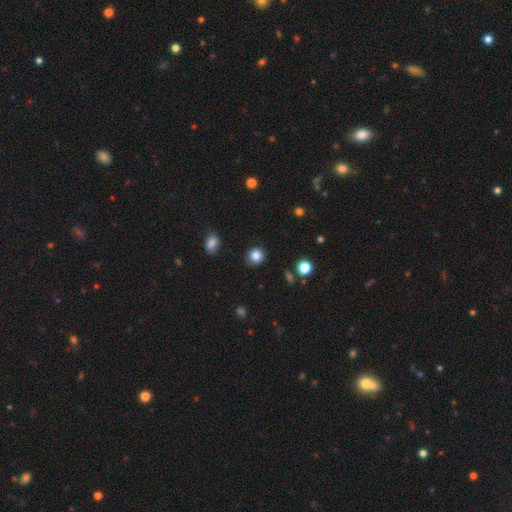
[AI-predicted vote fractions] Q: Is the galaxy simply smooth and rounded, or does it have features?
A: smooth — 85%.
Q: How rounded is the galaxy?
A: round — 90%.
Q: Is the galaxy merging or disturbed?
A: none — 87%.